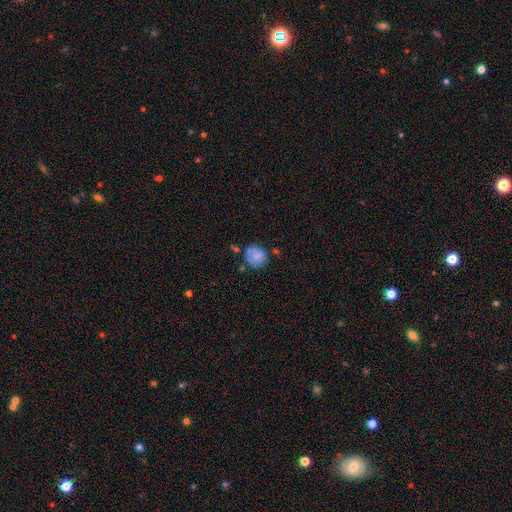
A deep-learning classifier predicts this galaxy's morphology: type=smooth (74%); roundness=round (75%); merging=none (55%).